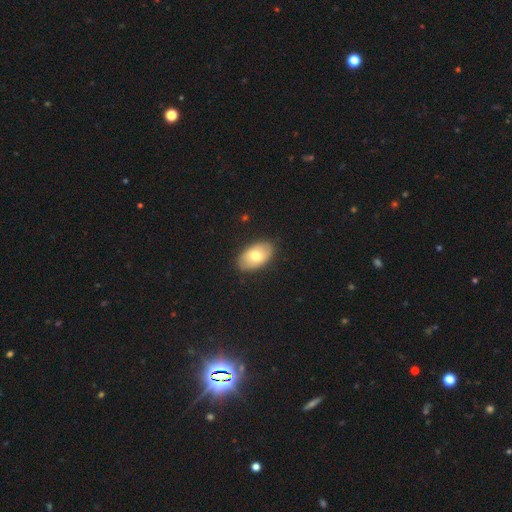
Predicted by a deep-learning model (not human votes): Smooth or featured? Predicted: smooth (p=0.70). How rounded? Predicted: in between (p=0.92). Merging? Predicted: none (p=0.87).